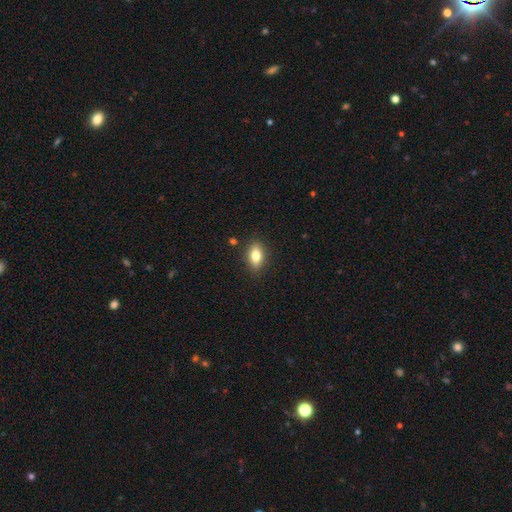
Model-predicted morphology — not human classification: type=smooth (78%); roundness=in between (84%); merging=none (86%).